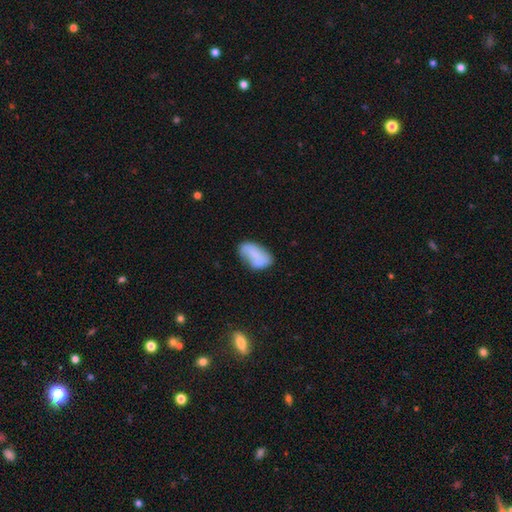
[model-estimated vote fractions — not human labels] Q: Smooth or featured?
A: smooth (71%); runner-up: featured or disk (21%)
Q: How rounded?
A: in between (93%); runner-up: round (4%)
Q: Merging?
A: none (55%); runner-up: minor disturbance (29%)